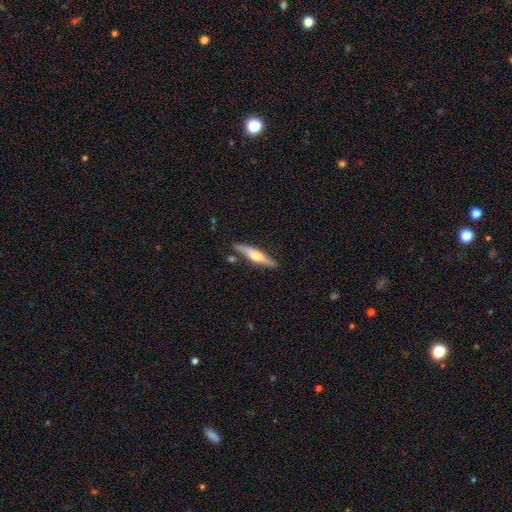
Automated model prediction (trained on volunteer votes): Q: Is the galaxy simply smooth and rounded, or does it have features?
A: featured or disk — 56%.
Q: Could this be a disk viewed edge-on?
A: yes — 91%.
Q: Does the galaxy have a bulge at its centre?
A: rounded — 91%.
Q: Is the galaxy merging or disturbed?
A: none — 79%.